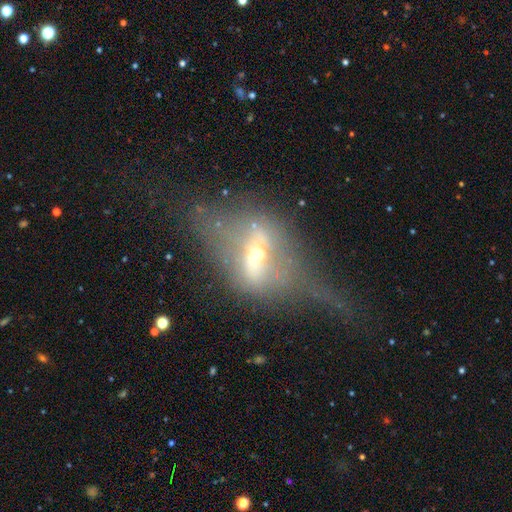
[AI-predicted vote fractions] This appears to be a featured or disk galaxy (66%). Merging: major disturbance (44%).